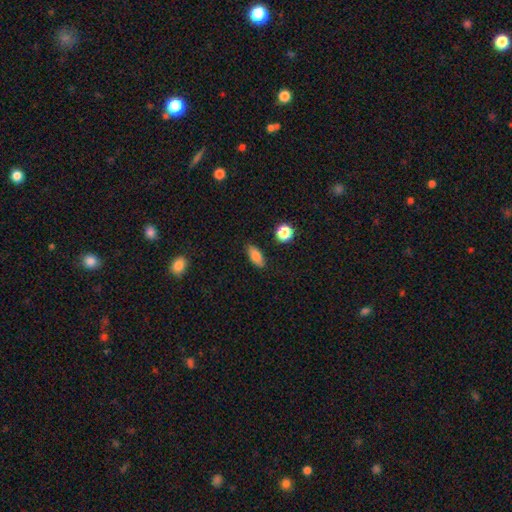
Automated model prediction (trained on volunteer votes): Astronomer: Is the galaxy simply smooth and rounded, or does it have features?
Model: smooth — 80%.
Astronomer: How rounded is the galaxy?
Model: in between — 78%.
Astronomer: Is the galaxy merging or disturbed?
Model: none — 84%.